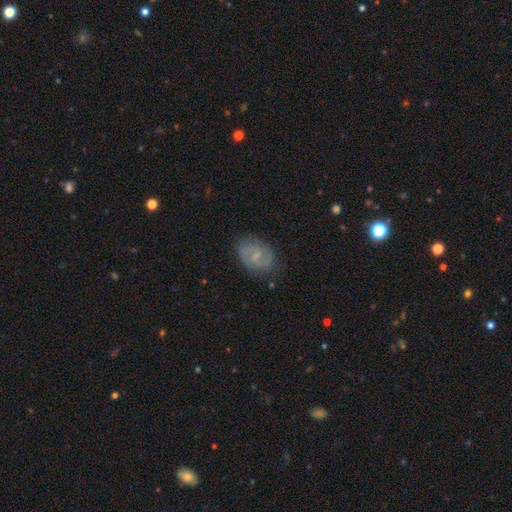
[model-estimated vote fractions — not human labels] Smooth or featured: featured or disk — 60% (smooth — 32%)
Edge-on disk: no — 97% (yes — 3%)
Bar: weak — 53% (no — 38%)
Spiral arms: yes — 86% (no — 14%)
Spiral winding: medium — 48% (tight — 33%)
Spiral arm count: 2 — 82% (can't tell — 12%)
Bulge size: small — 54% (moderate — 25%)
Merging: none — 80% (minor disturbance — 15%)